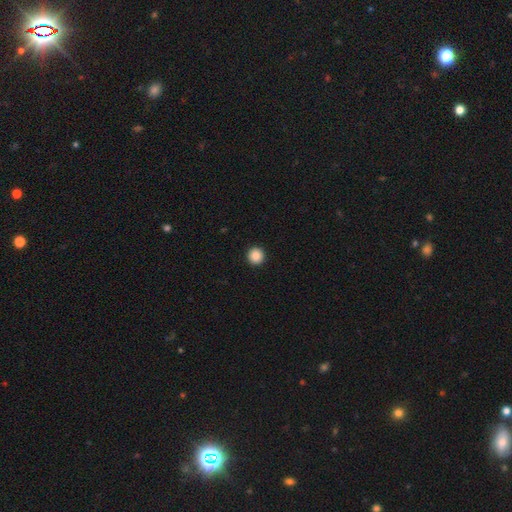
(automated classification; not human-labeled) The model was most divided on "smooth or featured": smooth: 88%, star or artifact: 10%, featured or disk: 3%. More confident: how rounded — round (96%); merging — none (94%).